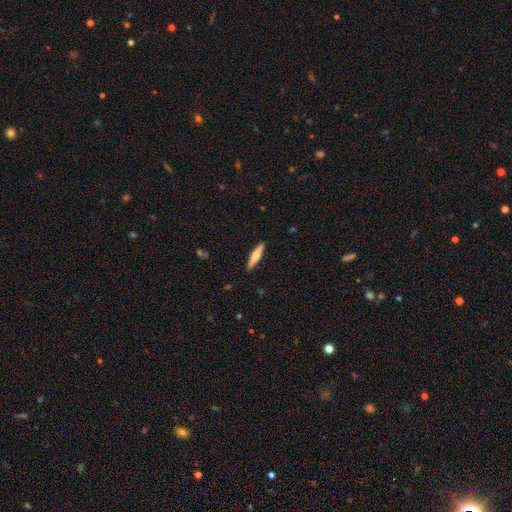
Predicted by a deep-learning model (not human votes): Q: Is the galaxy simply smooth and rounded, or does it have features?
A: smooth — 63%.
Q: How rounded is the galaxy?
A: cigar-shaped — 85%.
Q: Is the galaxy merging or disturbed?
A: none — 90%.